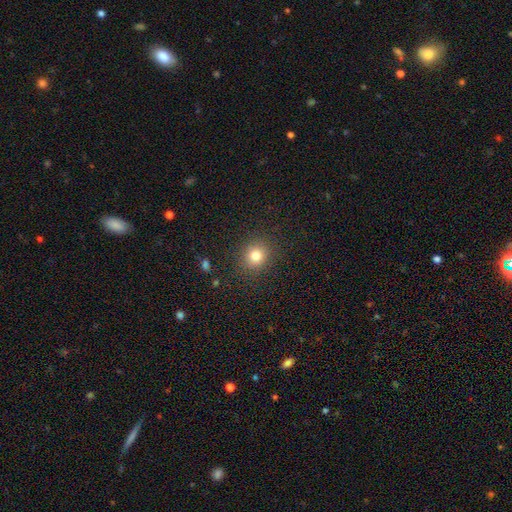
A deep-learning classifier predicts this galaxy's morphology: This is clearly a smooth galaxy (80%). How rounded: clearly round (84%). Merging: clearly none (89%).